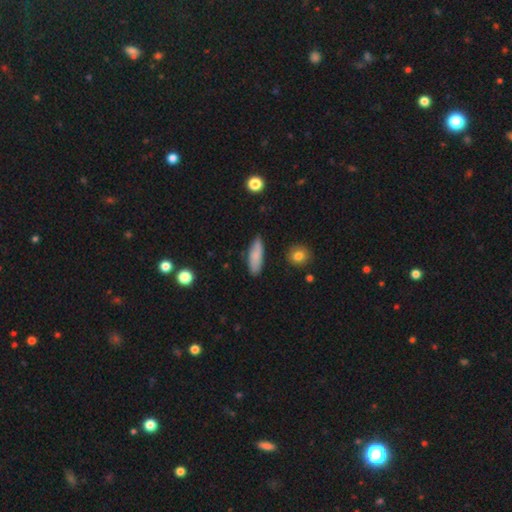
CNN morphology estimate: smooth 80%, featured or disk 13%, star or artifact 7%. Down the decision tree: how rounded — in between (53%); merging — none (80%).